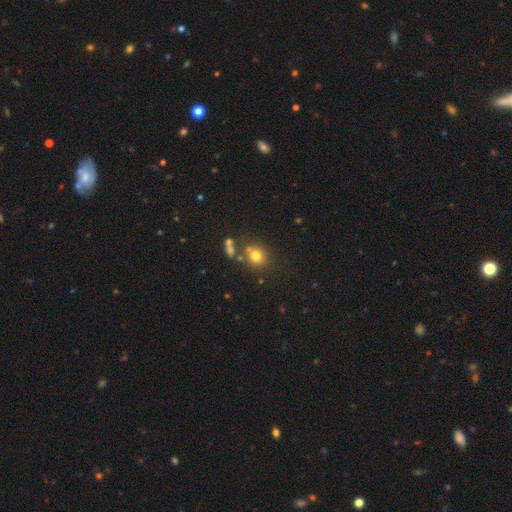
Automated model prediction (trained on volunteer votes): Morphology: type=smooth (74%); roundness=round (81%); merging=none (69%).